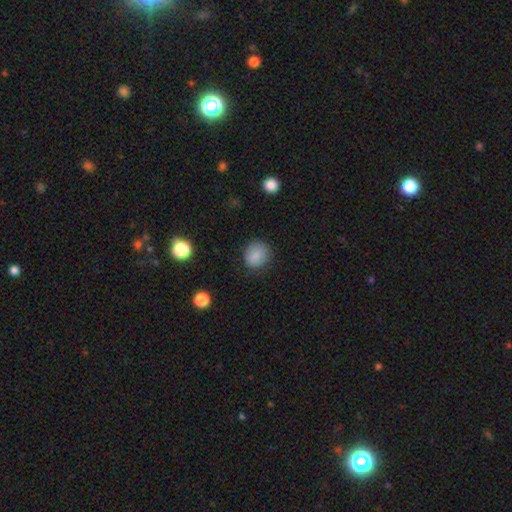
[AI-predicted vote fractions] Smooth or featured: smooth — 85% (star or artifact — 10%)
How rounded: round — 78% (in between — 21%)
Merging: none — 81% (minor disturbance — 14%)